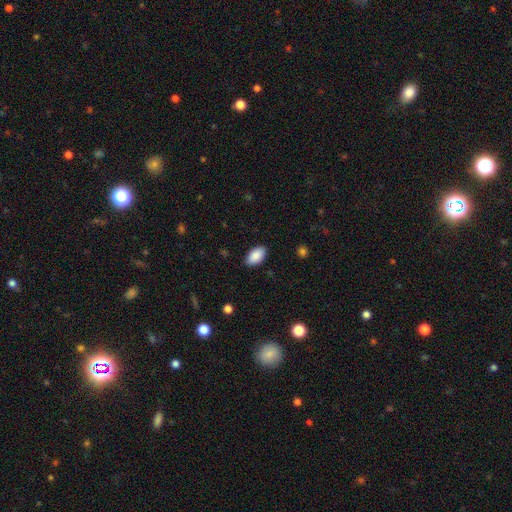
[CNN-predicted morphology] A smooth galaxy with no disk features (89%) that is in between round and cigar-shaped (95%).

Vote fractions:
- Smooth or featured? smooth: 89% / star or artifact: 7% / featured or disk: 4%
- How rounded? in between: 95% / round: 4% / cigar-shaped: 2%
- Merging? none: 87% / minor disturbance: 9% / major disturbance: 2% / merger: 1%